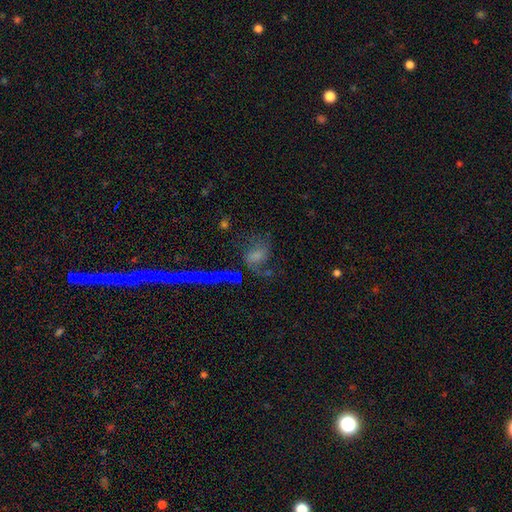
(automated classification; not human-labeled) This is possibly a featured or disk galaxy (52%). It is clearly not viewed edge-on (92%). Merging: marginally none (43%).